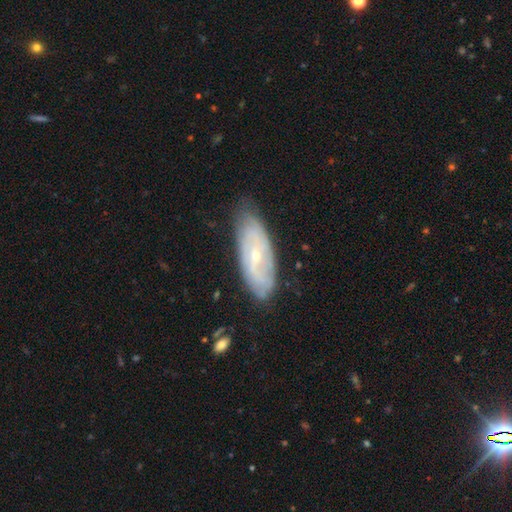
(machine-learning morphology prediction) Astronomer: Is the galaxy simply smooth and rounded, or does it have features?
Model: featured or disk — 72%.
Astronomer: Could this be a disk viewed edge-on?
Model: no — 86%.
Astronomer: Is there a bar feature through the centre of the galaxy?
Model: no — 49% (runner-up: weak, 38%).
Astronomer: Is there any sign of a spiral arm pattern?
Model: yes — 80%.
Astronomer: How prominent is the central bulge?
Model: small — 72%.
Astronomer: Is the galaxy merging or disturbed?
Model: none — 76%.